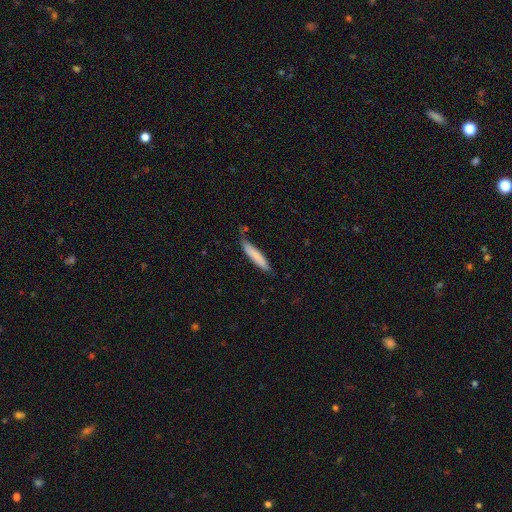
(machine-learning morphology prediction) smooth-or-featured: smooth: 80% | featured or disk: 14% | star or artifact: 6%
  how-rounded: cigar-shaped: 89% | in between: 10% | round: 1%
  merging: none: 69% | minor disturbance: 23% | major disturbance: 4% | merger: 4%